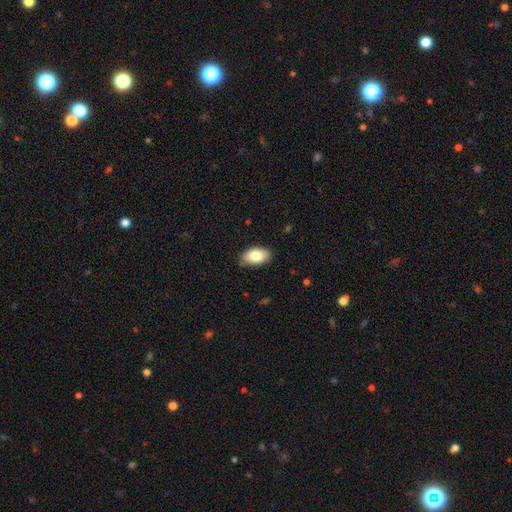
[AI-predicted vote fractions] This is clearly a smooth galaxy (82%). How rounded: clearly in between (93%). Merging: likely none (79%).